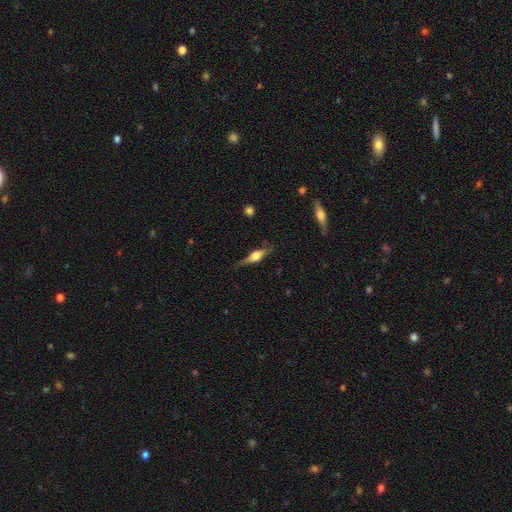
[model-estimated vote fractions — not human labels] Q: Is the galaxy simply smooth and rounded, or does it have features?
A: featured or disk — 64%.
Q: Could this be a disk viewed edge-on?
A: yes — 95%.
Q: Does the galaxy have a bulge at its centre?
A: rounded — 89%.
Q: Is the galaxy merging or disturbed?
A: none — 76%.